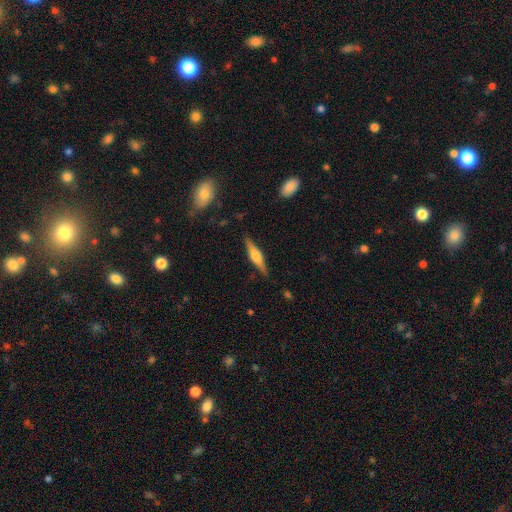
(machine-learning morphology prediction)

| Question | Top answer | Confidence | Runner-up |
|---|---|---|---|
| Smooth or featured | featured or disk | 64% | smooth (30%) |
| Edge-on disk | yes | 96% | no (4%) |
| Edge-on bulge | rounded | 88% | boxy (9%) |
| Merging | none | 87% | minor disturbance (10%) |